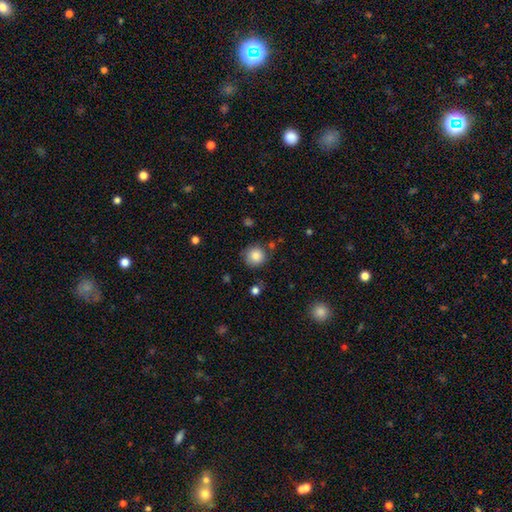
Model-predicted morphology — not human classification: This appears to be a smooth galaxy with no disk features (85%) that is round (92%). Merging: none (80%).